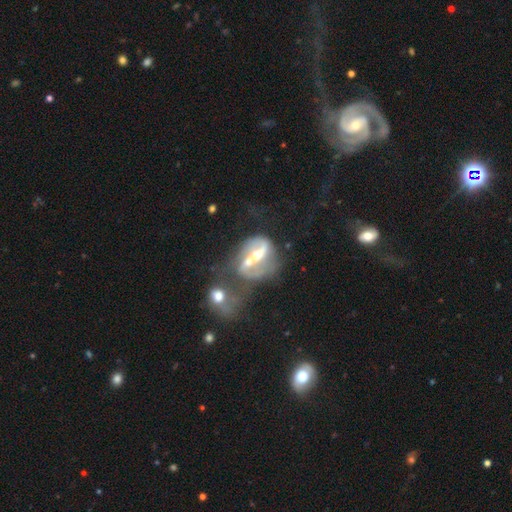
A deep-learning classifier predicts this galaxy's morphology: Smooth or featured? Predicted: featured or disk (p=0.80). Edge-on disk? Predicted: no (p=0.92). Bar? Predicted: strong (p=0.65). Spiral arms? Predicted: yes (p=0.77). Spiral winding? Predicted: loose (p=0.49). Spiral arm count? Predicted: 2 (p=0.80). Bulge size? Predicted: moderate (p=0.56). Merging? Predicted: merger (p=0.45).